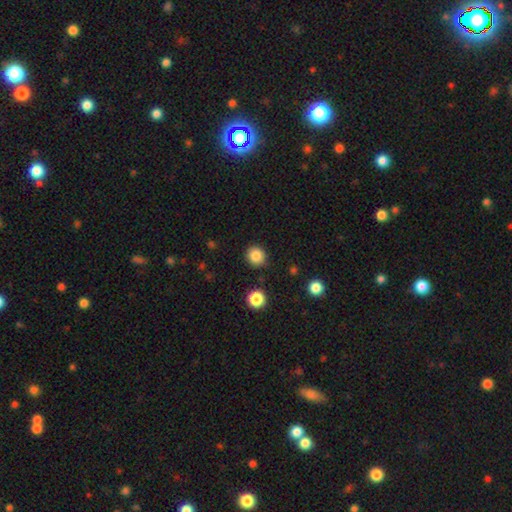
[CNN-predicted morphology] smooth-or-featured: smooth: 84% | star or artifact: 11% | featured or disk: 5%
  how-rounded: round: 90% | in between: 9% | cigar-shaped: 1%
  merging: none: 89% | minor disturbance: 7% | major disturbance: 2% | merger: 2%